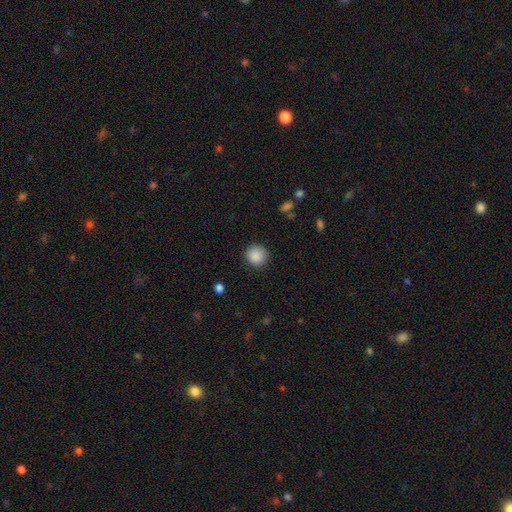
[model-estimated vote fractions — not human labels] Q: Smooth or featured?
A: smooth (89%); runner-up: star or artifact (8%)
Q: How rounded?
A: round (93%); runner-up: in between (6%)
Q: Merging?
A: none (90%); runner-up: minor disturbance (7%)